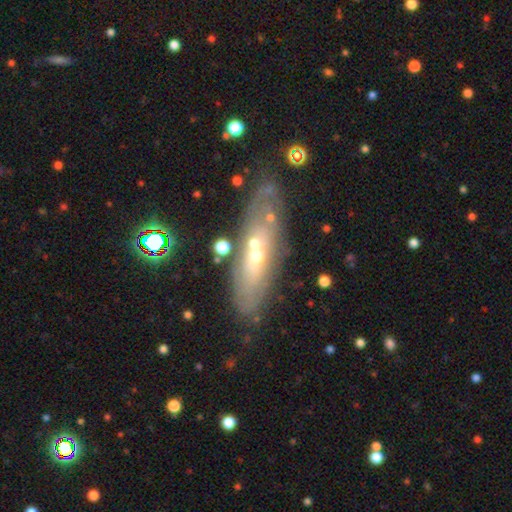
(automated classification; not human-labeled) smooth_or_featured: featured or disk (p=0.59) [alt: smooth p=0.29]
disk_edge_on: no (p=0.66) [alt: yes p=0.34]
merging: none (p=0.69) [alt: minor disturbance p=0.16]